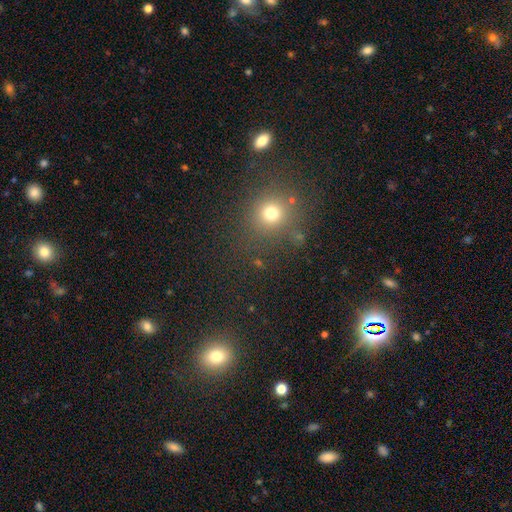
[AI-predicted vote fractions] A smooth galaxy with no disk features (52%) that is round (89%). Merging: none (84%).